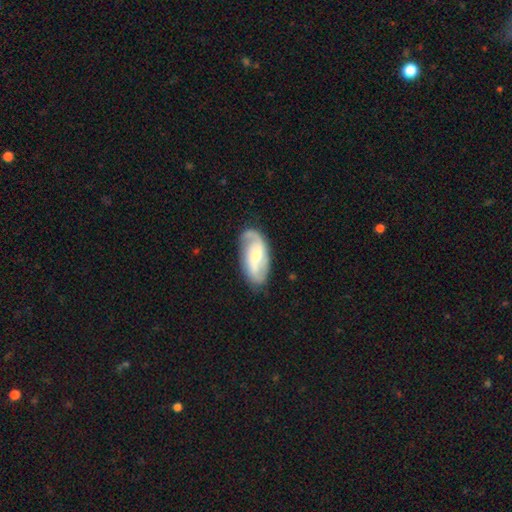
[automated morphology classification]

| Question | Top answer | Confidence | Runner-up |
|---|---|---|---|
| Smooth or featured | featured or disk | 75% | smooth (19%) |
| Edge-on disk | no | 95% | yes (5%) |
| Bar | weak | 45% | no (36%) |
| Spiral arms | yes | 93% | no (7%) |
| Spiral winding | medium | 42% | loose (37%) |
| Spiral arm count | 2 | 84% | can't tell (7%) |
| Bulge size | moderate | 47% | small (44%) |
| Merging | none | 77% | minor disturbance (16%) |